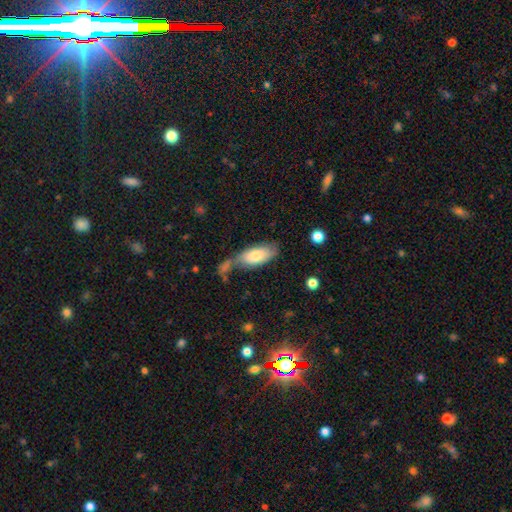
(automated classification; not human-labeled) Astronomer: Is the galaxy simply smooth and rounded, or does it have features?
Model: smooth — 75%.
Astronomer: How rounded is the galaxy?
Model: in between — 85%.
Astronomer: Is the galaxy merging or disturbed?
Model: none — 46% (runner-up: merger, 23%).